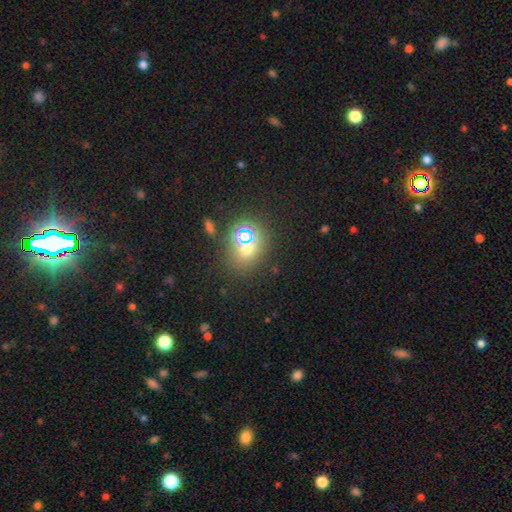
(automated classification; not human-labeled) The model was most divided on "merging": none: 53%, merger: 34%, minor disturbance: 9%, major disturbance: 4%. More confident: how rounded — round (65%); smooth or featured — smooth (54%).